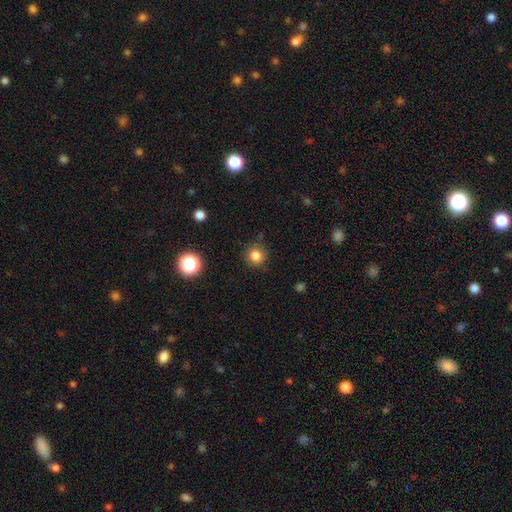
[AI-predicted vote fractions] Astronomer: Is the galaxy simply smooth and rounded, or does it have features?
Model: smooth — 83%.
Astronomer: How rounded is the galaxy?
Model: round — 90%.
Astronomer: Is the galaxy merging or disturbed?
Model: none — 85%.